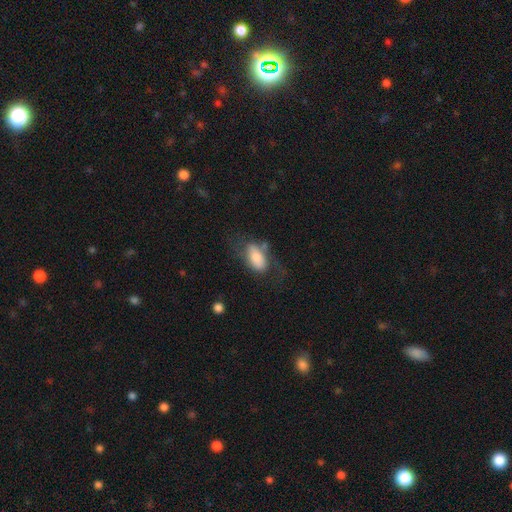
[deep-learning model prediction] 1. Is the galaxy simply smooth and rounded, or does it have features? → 68% smooth, 25% featured or disk, 7% star or artifact.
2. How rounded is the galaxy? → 90% in between, 5% cigar-shaped, 4% round.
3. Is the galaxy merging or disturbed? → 42% none, 26% minor disturbance, 25% major disturbance, 6% merger.